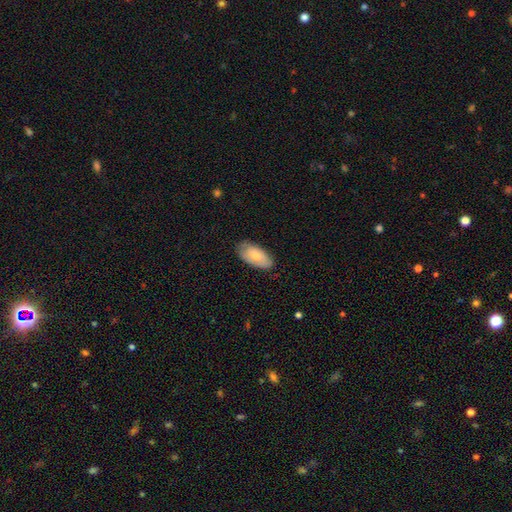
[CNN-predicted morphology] Q: Smooth or featured?
A: smooth (76%); runner-up: featured or disk (19%)
Q: How rounded?
A: in between (95%); runner-up: cigar-shaped (3%)
Q: Merging?
A: none (76%); runner-up: minor disturbance (19%)